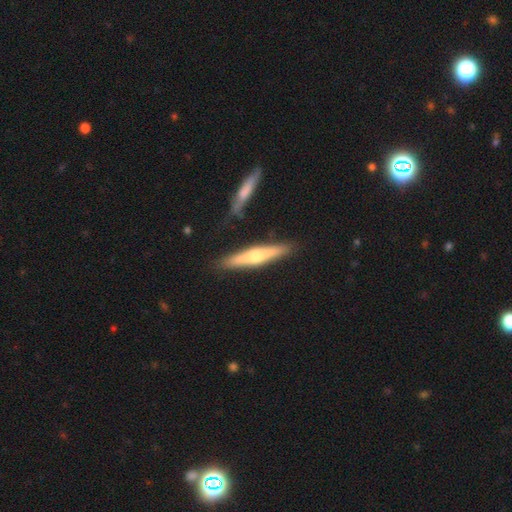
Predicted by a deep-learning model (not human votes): Smooth or featured?
  - featured or disk: 58% *
  - smooth: 36%
  - star or artifact: 6%
Edge-on disk?
  - yes: 95% *
  - no: 5%
Edge-on bulge?
  - rounded: 88% *
  - none: 8%
  - boxy: 4%
Merging?
  - none: 86% *
  - minor disturbance: 8%
  - merger: 4%
  - major disturbance: 2%